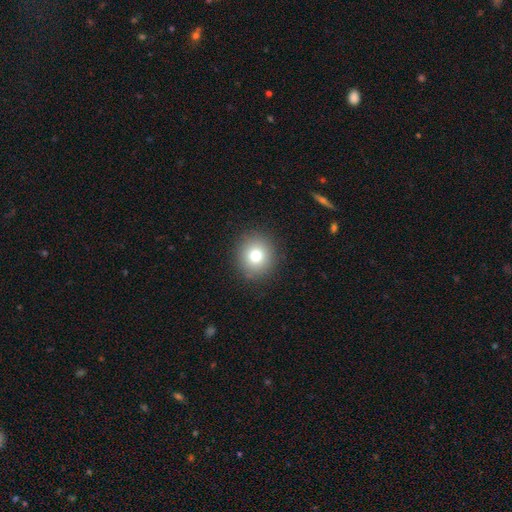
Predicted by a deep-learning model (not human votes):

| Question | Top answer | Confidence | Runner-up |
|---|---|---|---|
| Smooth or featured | smooth | 77% | star or artifact (13%) |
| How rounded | round | 88% | in between (11%) |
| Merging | none | 90% | minor disturbance (6%) |